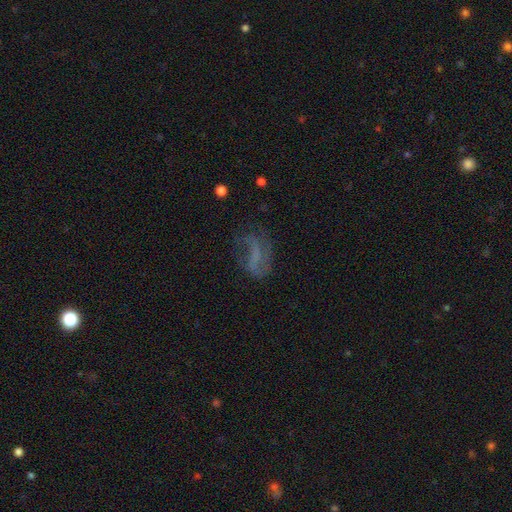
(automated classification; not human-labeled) The model was most divided on "bar": no: 41%, weak: 34%, strong: 26%. More confident: edge-on disk — no (95%); spiral arms — yes (73%); bulge size — none (71%); smooth or featured — featured or disk (62%); merging — none (50%).